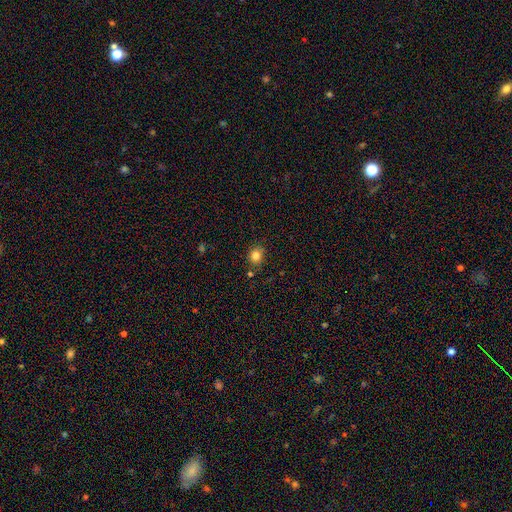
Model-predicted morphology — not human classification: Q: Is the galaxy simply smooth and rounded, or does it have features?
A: smooth — 82%.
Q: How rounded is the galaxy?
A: round — 70%.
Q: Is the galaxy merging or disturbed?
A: none — 78%.